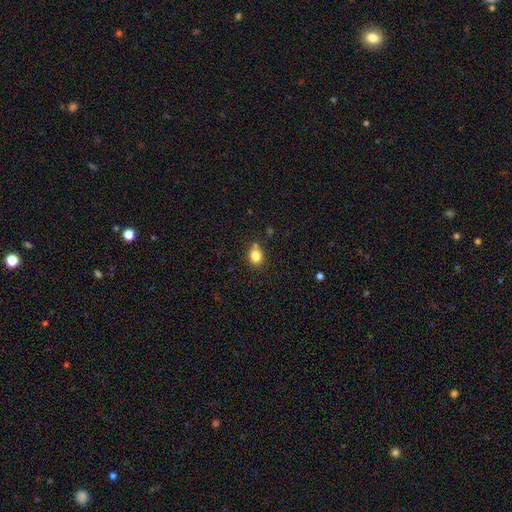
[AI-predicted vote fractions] Q: Smooth or featured?
A: smooth (82%); runner-up: star or artifact (11%)
Q: How rounded?
A: round (63%); runner-up: in between (36%)
Q: Merging?
A: none (72%); runner-up: minor disturbance (14%)